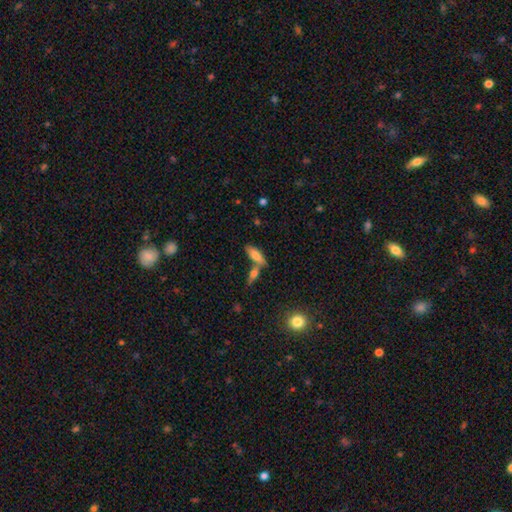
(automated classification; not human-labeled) A smooth galaxy with no disk features (74%) that is in between round and cigar-shaped (68%). Merging: none (51%).